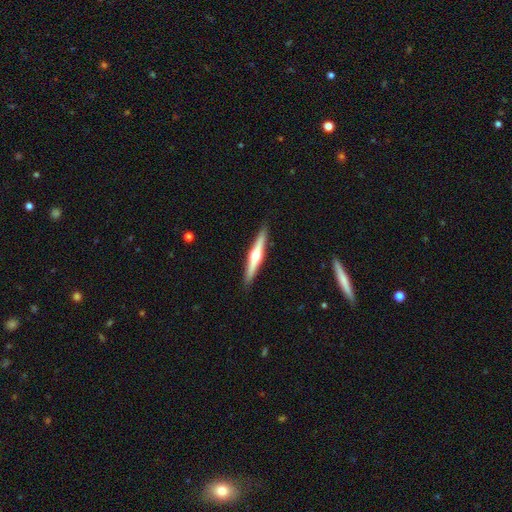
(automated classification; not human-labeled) Smooth or featured: featured or disk — 67% (smooth — 28%)
Edge-on disk: yes — 98% (no — 2%)
Edge-on bulge: rounded — 92% (none — 5%)
Merging: none — 91% (minor disturbance — 6%)